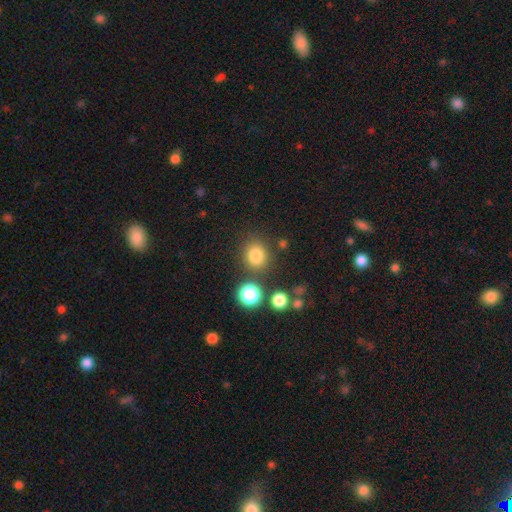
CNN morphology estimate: Overall: smooth (80%). How rounded: round (83%). Merging: none (80%).